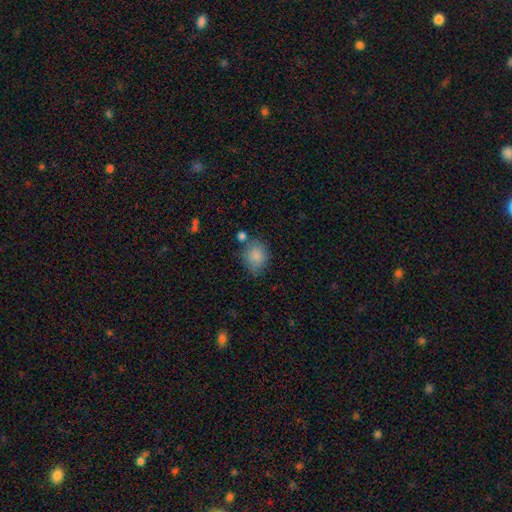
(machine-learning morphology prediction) Smooth or featured? Predicted: smooth (p=0.86). How rounded? Predicted: round (p=0.60). Merging? Predicted: none (p=0.67).